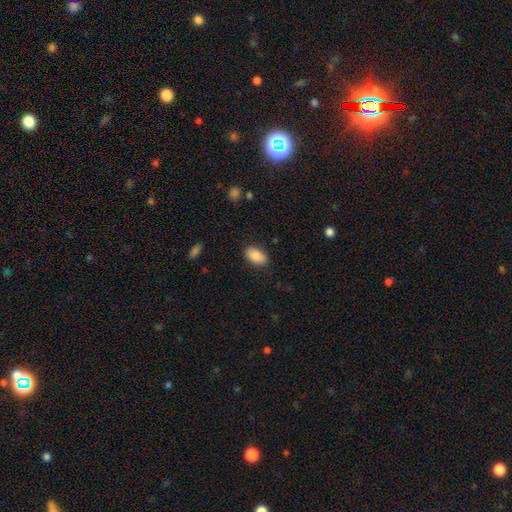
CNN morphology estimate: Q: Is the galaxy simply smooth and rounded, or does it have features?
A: smooth — 87%.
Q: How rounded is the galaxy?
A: in between — 92%.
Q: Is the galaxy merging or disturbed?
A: none — 86%.